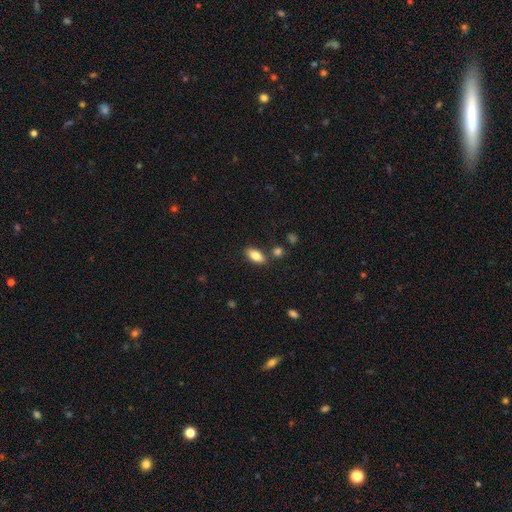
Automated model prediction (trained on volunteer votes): Smooth or featured?
  - smooth: 83% *
  - featured or disk: 10%
  - star or artifact: 7%
How rounded?
  - in between: 89% *
  - cigar-shaped: 8%
  - round: 3%
Merging?
  - none: 81% *
  - minor disturbance: 11%
  - merger: 6%
  - major disturbance: 3%